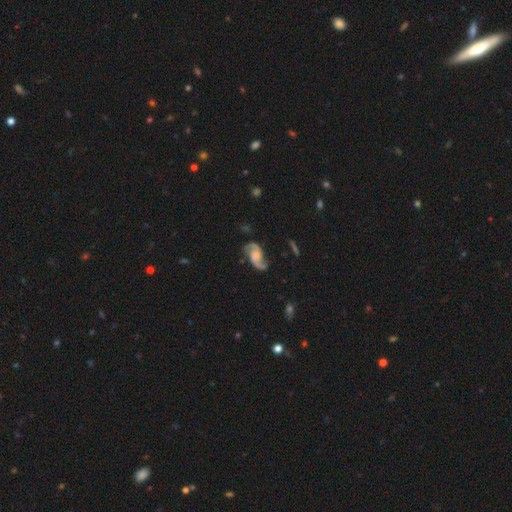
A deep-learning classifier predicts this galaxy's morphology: Q: Smooth or featured?
A: featured or disk (90%); runner-up: smooth (6%)
Q: Edge-on disk?
A: no (98%); runner-up: yes (2%)
Q: Bar?
A: no (56%); runner-up: weak (35%)
Q: Spiral arms?
A: yes (97%); runner-up: no (3%)
Q: Spiral winding?
A: loose (54%); runner-up: medium (38%)
Q: Spiral arm count?
A: 2 (94%); runner-up: can't tell (2%)
Q: Bulge size?
A: none (37%); runner-up: moderate (25%)
Q: Merging?
A: none (75%); runner-up: minor disturbance (16%)